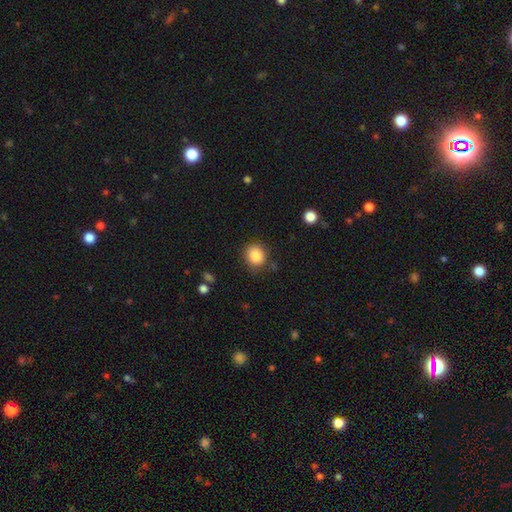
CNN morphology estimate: A smooth galaxy with no disk features (86%) that is round (77%).

Vote fractions:
- Smooth or featured? smooth: 86% / star or artifact: 9% / featured or disk: 5%
- How rounded? round: 77% / in between: 22% / cigar-shaped: 1%
- Merging? none: 81% / minor disturbance: 13% / major disturbance: 4% / merger: 2%